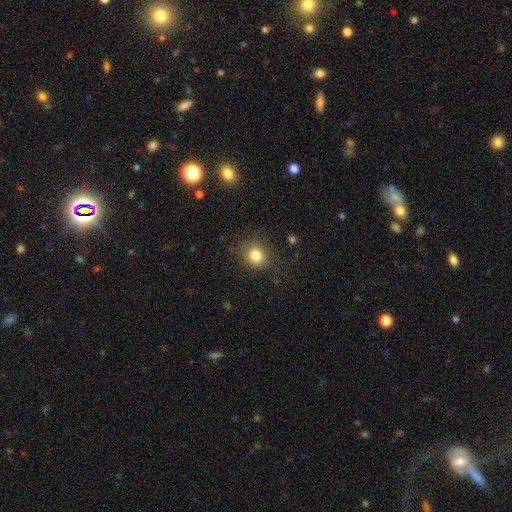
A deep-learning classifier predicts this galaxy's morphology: smooth_or_featured: smooth (p=0.82) [alt: star or artifact p=0.12]
how_rounded: round (p=0.81) [alt: in between p=0.19]
merging: none (p=0.83) [alt: minor disturbance p=0.11]